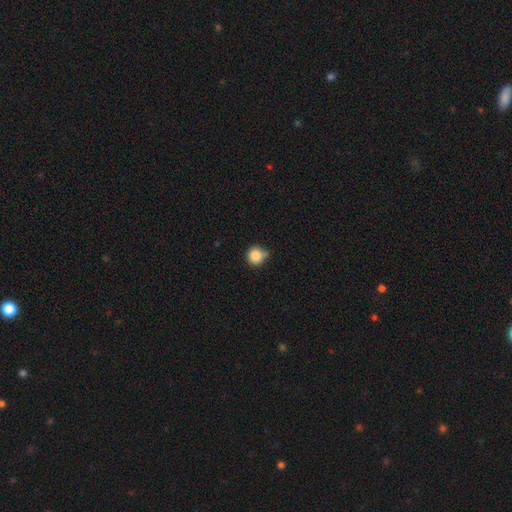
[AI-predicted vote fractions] This is clearly a smooth galaxy (86%). How rounded: clearly round (93%). Merging: likely none (64%).